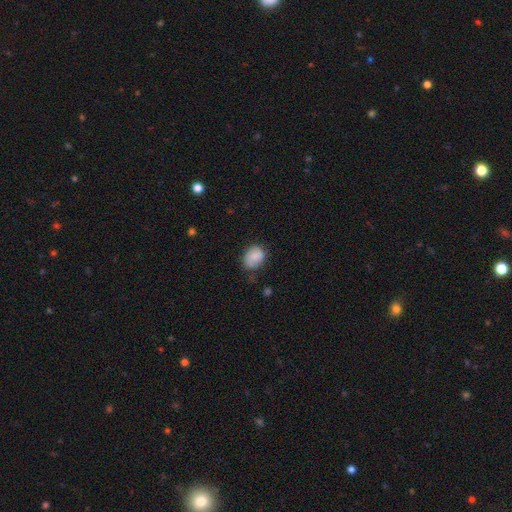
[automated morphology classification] smooth 82%, featured or disk 10%, star or artifact 8%. Down the decision tree: how rounded — in between (52%); merging — none (59%).